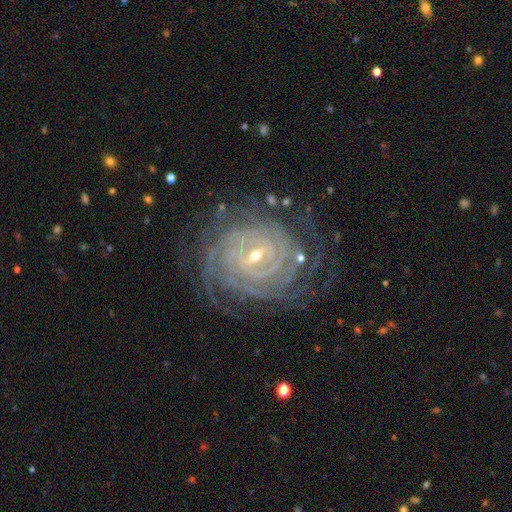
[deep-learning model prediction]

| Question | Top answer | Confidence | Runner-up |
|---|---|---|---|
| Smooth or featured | featured or disk | 92% | star or artifact (4%) |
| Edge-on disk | no | 97% | yes (3%) |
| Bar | weak | 47% | strong (35%) |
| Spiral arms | yes | 98% | no (2%) |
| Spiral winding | tight | 86% | medium (12%) |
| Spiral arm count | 4 | 25% | tied: more than 4 (25%) |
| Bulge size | small | 62% | moderate (35%) |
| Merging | none | 75% | minor disturbance (16%) |